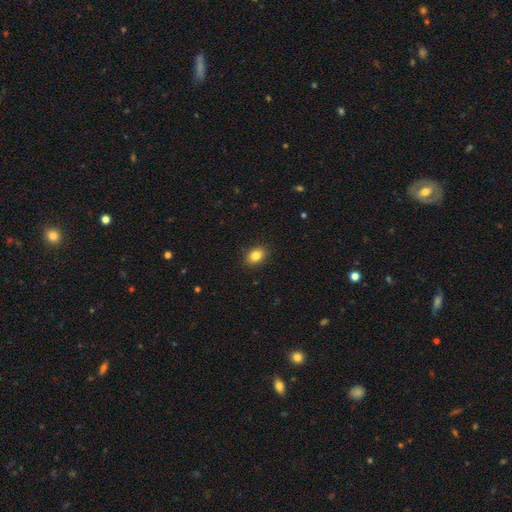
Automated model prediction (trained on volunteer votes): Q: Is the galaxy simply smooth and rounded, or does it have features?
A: smooth — 84%.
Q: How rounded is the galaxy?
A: in between — 70%.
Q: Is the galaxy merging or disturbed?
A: none — 89%.